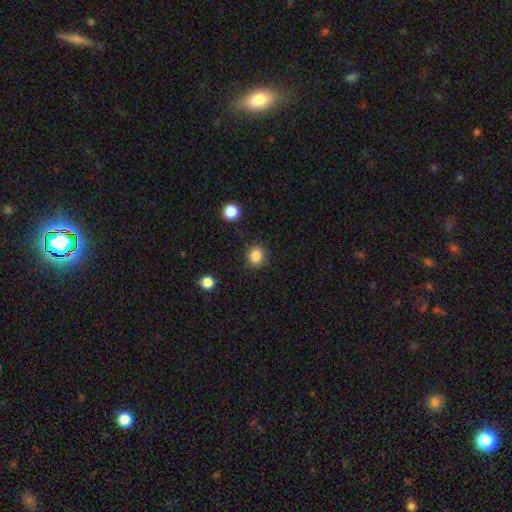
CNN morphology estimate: smooth-or-featured: smooth: 85% | star or artifact: 10% | featured or disk: 4%
  how-rounded: round: 76% | in between: 24% | cigar-shaped: 1%
  merging: none: 88% | minor disturbance: 8% | major disturbance: 2% | merger: 2%